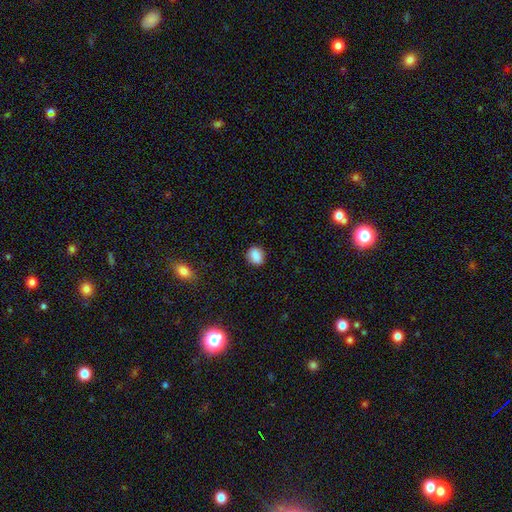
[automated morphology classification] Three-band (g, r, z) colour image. It shows a smooth galaxy with no disk features (87%) that is round (52%). Merging: none (85%).